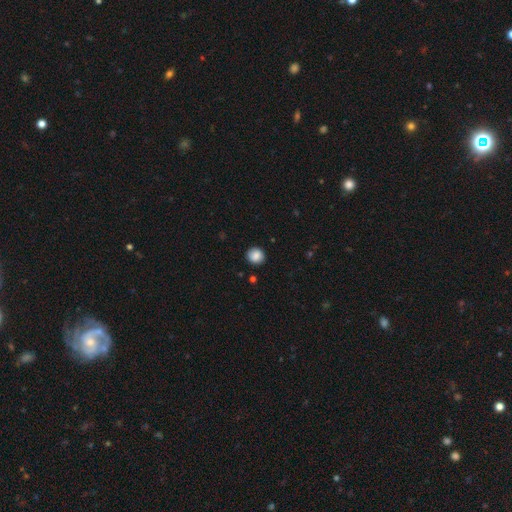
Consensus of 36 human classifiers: A smooth galaxy with no disk features (89%) that is round (78%).

Vote fractions:
- Smooth or featured? smooth: 89% / star or artifact: 8% / featured or disk: 3%
- How rounded? round: 78% / in between: 22% / cigar-shaped: 0%
- Merging? none: 85% / minor disturbance: 9% / major disturbance: 3% / merger: 3%